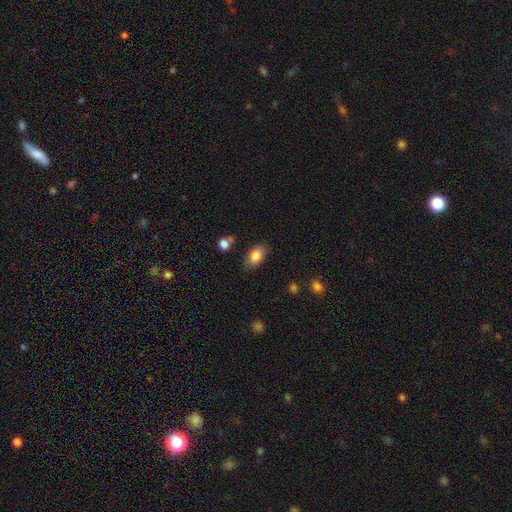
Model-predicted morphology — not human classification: The model was most divided on "merging": none: 79%, minor disturbance: 14%, major disturbance: 3%, merger: 3%. More confident: how rounded — in between (89%); smooth or featured — smooth (84%).